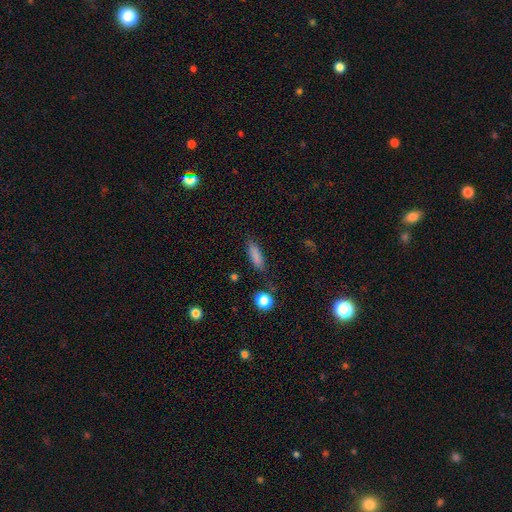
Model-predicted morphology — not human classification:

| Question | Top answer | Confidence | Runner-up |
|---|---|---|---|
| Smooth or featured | smooth | 84% | star or artifact (9%) |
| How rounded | cigar-shaped | 52% | in between (45%) |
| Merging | none | 78% | minor disturbance (15%) |